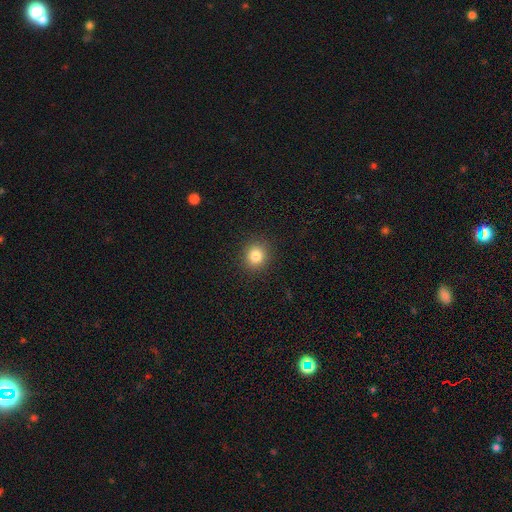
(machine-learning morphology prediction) smooth 83%, star or artifact 11%, featured or disk 6%. Down the decision tree: how rounded — round (86%); merging — none (91%).